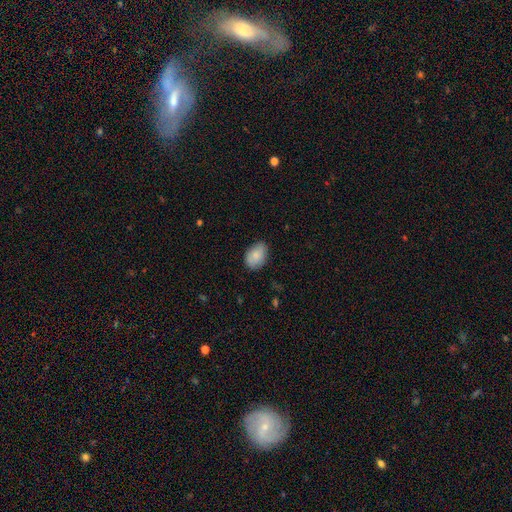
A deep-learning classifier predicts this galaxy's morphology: Smooth or featured? Predicted: smooth (p=0.84). How rounded? Predicted: in between (p=0.84). Merging? Predicted: none (p=0.77).